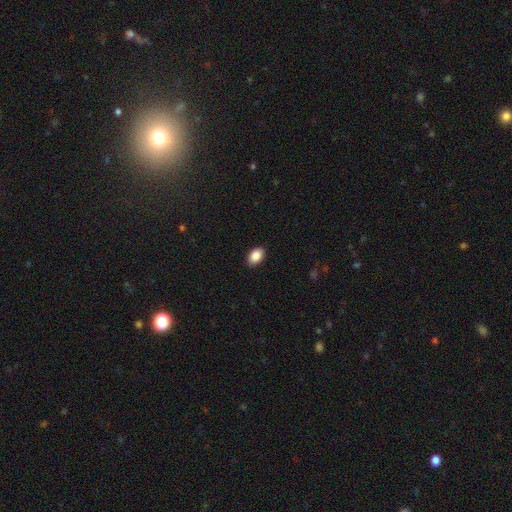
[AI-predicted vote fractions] Smooth or featured? smooth (89%)
How rounded? in between (89%)
Merging? none (89%)